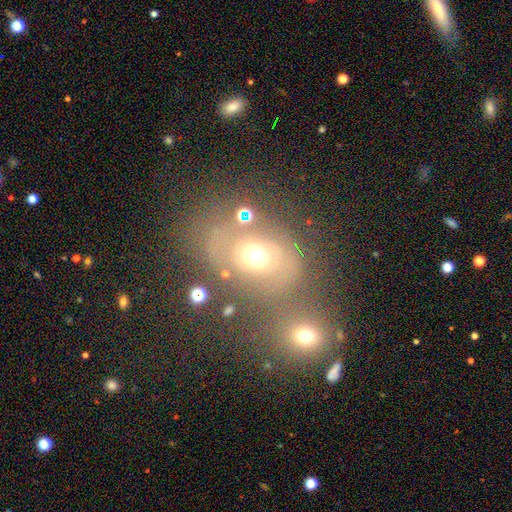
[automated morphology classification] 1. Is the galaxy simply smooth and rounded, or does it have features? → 47% smooth, 37% featured or disk, 16% star or artifact.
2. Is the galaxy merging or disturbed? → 43% none, 31% merger, 14% minor disturbance, 11% major disturbance.